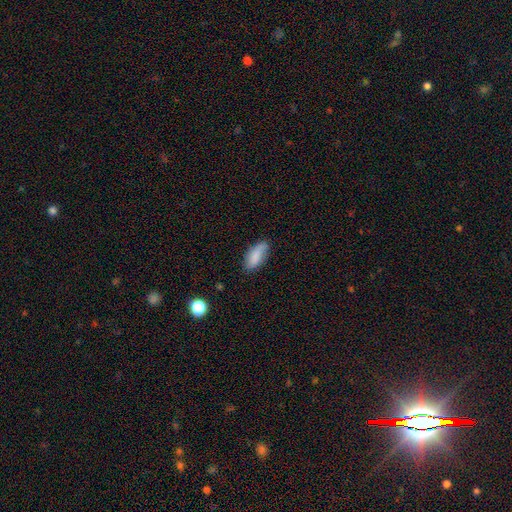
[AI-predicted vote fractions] Smooth or featured: smooth — 79% (featured or disk — 13%)
How rounded: in between — 82% (cigar-shaped — 15%)
Merging: none — 67% (minor disturbance — 25%)